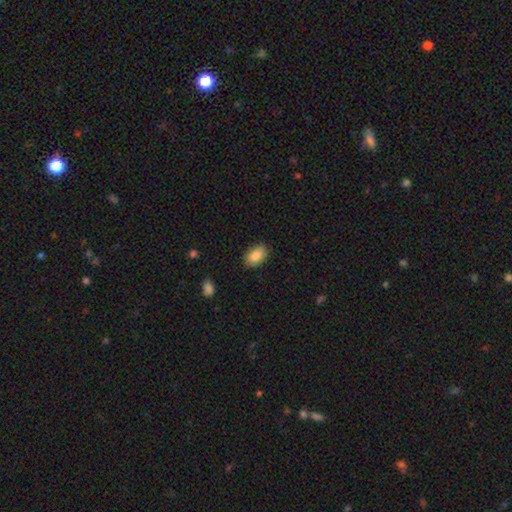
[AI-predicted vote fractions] smooth_or_featured: smooth (p=0.87) [alt: star or artifact p=0.07]
how_rounded: in between (p=0.91) [alt: round p=0.08]
merging: none (p=0.86) [alt: minor disturbance p=0.10]